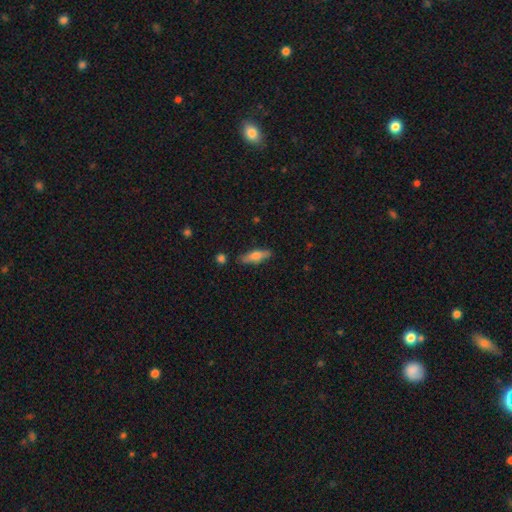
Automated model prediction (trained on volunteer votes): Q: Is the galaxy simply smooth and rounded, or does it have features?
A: smooth — 67%.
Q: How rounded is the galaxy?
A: cigar-shaped — 60%.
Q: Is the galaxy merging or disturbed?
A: none — 80%.